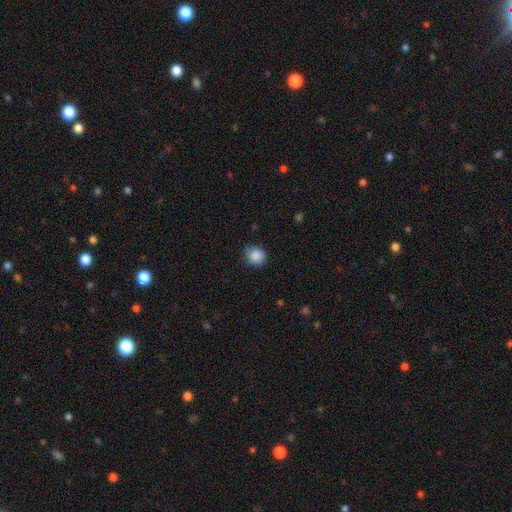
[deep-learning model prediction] Smooth or featured?
  - smooth: 87% *
  - star or artifact: 9%
  - featured or disk: 4%
How rounded?
  - round: 81% *
  - in between: 18%
  - cigar-shaped: 1%
Merging?
  - none: 79% *
  - minor disturbance: 17%
  - major disturbance: 3%
  - merger: 1%